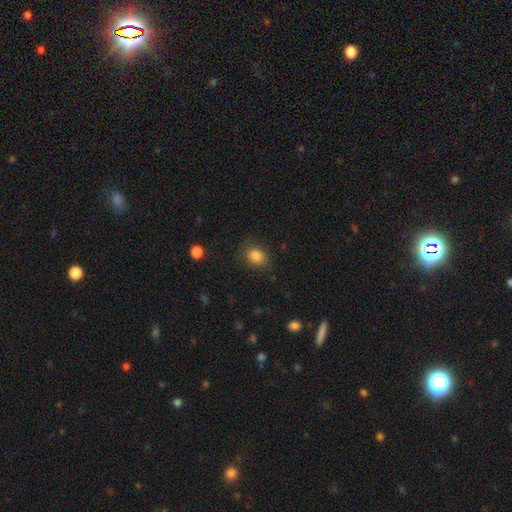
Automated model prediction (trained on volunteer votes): Q: Smooth or featured?
A: smooth (84%); runner-up: star or artifact (10%)
Q: How rounded?
A: in between (56%); runner-up: round (43%)
Q: Merging?
A: none (80%); runner-up: minor disturbance (14%)